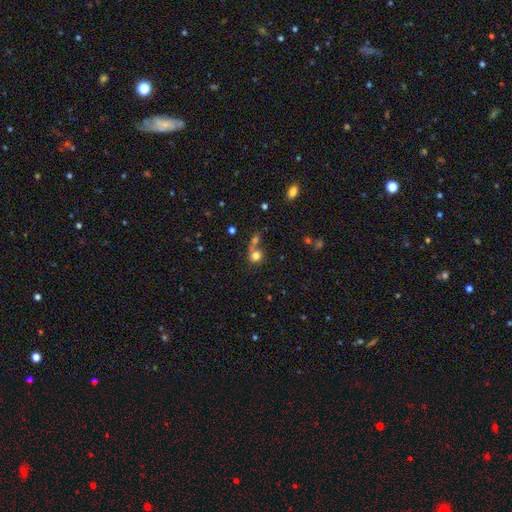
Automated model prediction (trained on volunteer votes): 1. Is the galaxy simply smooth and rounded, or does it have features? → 77% smooth, 13% star or artifact, 10% featured or disk.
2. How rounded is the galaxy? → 81% round, 17% in between, 1% cigar-shaped.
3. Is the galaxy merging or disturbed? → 46% merger, 40% none, 8% minor disturbance, 6% major disturbance.